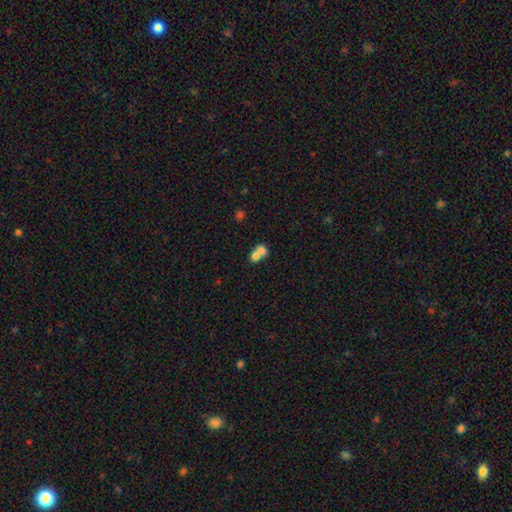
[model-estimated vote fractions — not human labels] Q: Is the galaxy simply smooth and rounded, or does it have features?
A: smooth — 72%.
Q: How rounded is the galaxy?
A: round — 61%.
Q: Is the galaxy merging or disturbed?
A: merger — 72%.